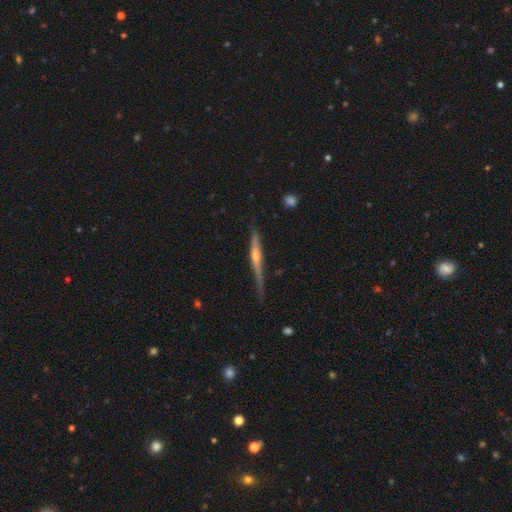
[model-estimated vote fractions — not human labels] Smooth or featured?
  - featured or disk: 68% *
  - smooth: 26%
  - star or artifact: 6%
Edge-on disk?
  - yes: 97% *
  - no: 3%
Edge-on bulge?
  - rounded: 75% *
  - none: 18%
  - boxy: 7%
Merging?
  - none: 73% *
  - minor disturbance: 21%
  - major disturbance: 4%
  - merger: 2%